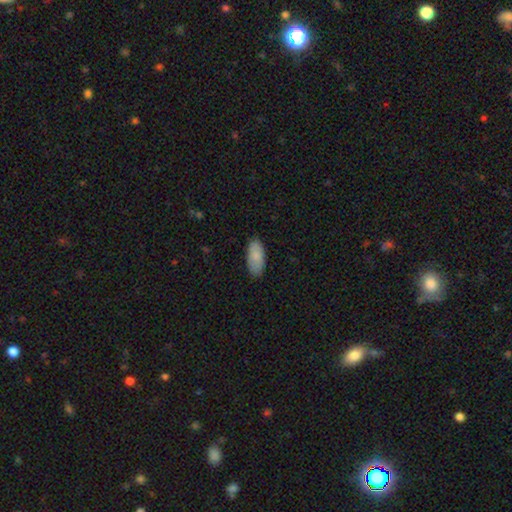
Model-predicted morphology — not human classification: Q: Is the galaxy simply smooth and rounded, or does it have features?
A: smooth — 85%.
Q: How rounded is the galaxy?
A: in between — 91%.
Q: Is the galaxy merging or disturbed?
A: none — 84%.